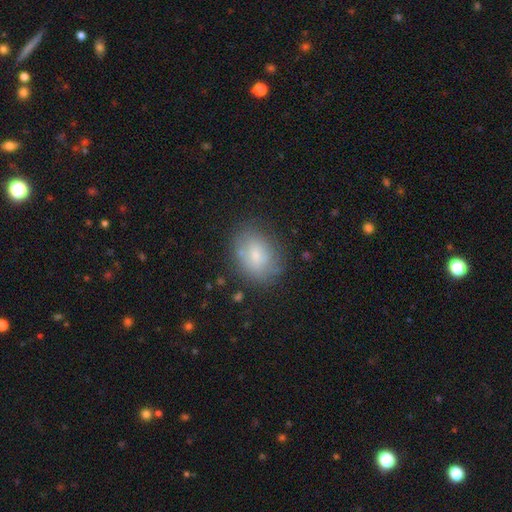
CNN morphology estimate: This is likely a smooth galaxy (68%). How rounded: likely in between (67%). Merging: likely none (70%).